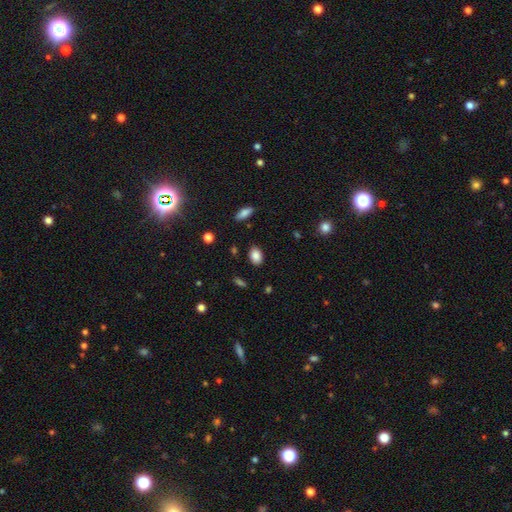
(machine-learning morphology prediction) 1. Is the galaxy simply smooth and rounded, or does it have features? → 86% smooth, 9% star or artifact, 5% featured or disk.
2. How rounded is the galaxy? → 80% in between, 19% round, 2% cigar-shaped.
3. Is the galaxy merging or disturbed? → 86% none, 10% minor disturbance, 3% major disturbance, 1% merger.